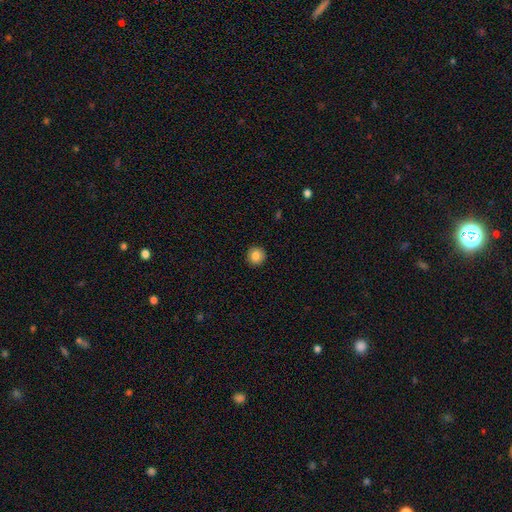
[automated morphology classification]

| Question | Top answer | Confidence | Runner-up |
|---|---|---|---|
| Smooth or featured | smooth | 86% | star or artifact (9%) |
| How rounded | round | 95% | in between (4%) |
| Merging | none | 93% | minor disturbance (5%) |